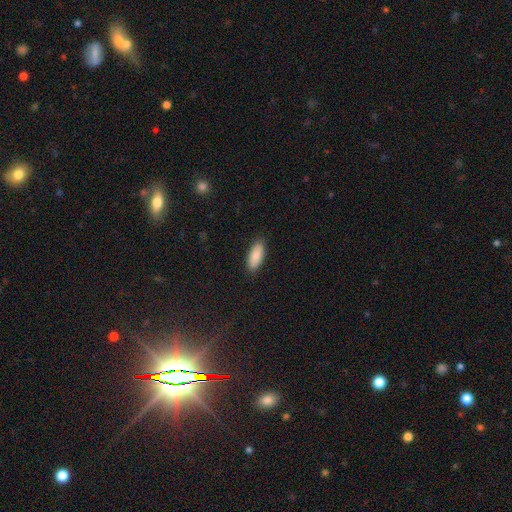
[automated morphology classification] This is clearly a smooth galaxy (89%). How rounded: clearly in between (82%). Merging: clearly none (89%).